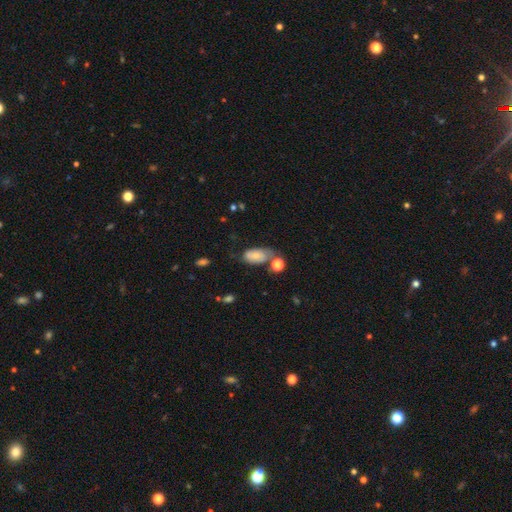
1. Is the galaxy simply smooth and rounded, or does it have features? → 67% smooth, 25% featured or disk, 8% star or artifact.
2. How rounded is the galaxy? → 96% in between, 4% cigar-shaped, 0% round.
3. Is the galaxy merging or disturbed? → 42% none, 33% minor disturbance, 15% major disturbance, 9% merger.